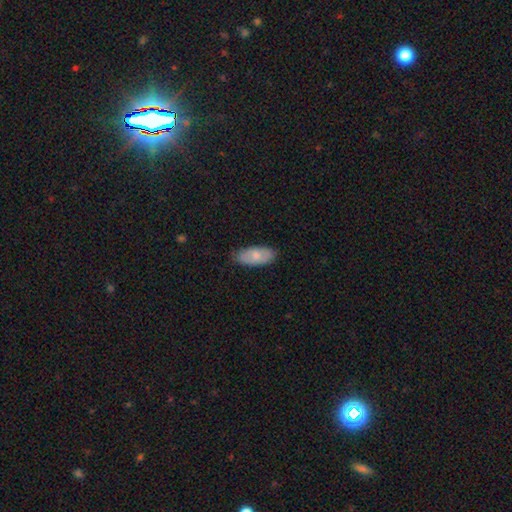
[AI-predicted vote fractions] Smooth or featured? smooth (74%)
How rounded? in between (91%)
Merging? none (78%)